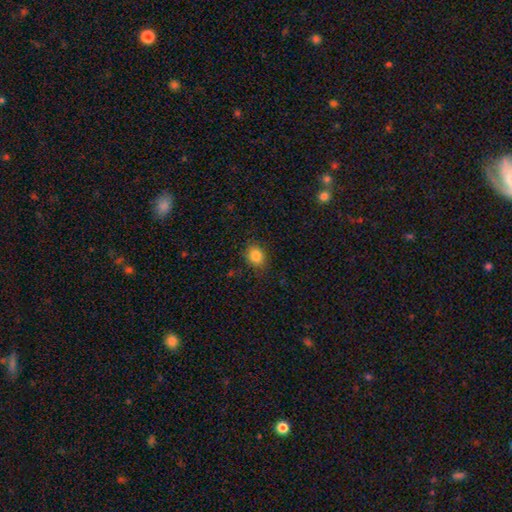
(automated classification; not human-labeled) Smooth or featured? smooth (85%)
How rounded? round (56%)
Merging? none (82%)